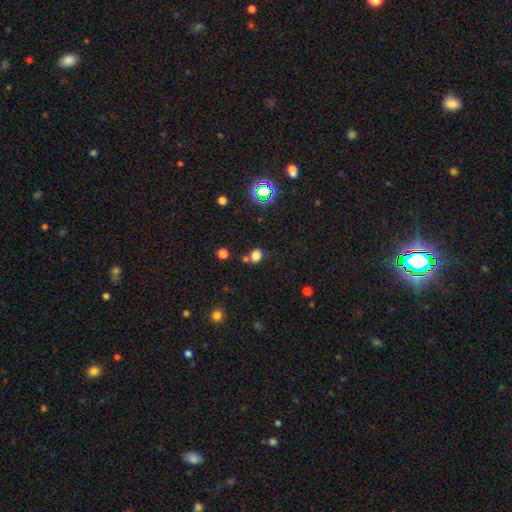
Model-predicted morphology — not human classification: This is likely a smooth galaxy (75%). How rounded: possibly round (57%). Merging: likely none (62%).